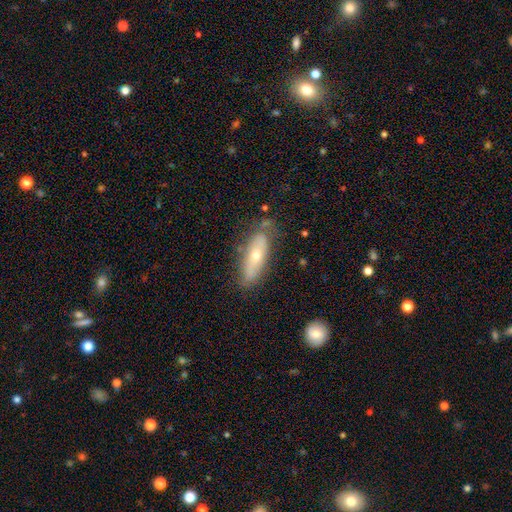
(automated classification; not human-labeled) The model was most divided on "smooth or featured": smooth: 48%, featured or disk: 45%, star or artifact: 7%. More confident: merging — none (71%).